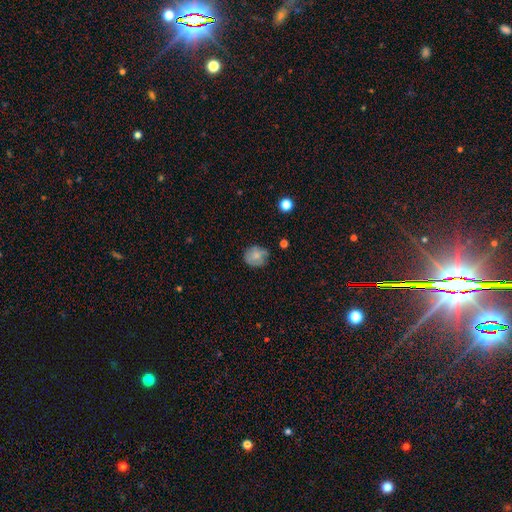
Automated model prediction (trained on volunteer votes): smooth 73%, featured or disk 19%, star or artifact 9%. Down the decision tree: how rounded — round (76%); merging — none (68%).